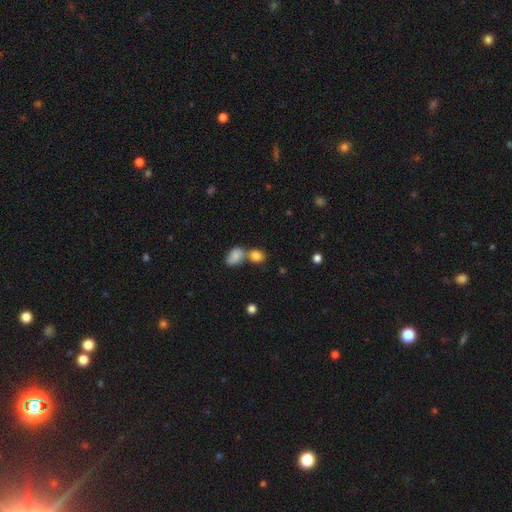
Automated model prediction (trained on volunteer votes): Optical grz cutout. It shows a smooth galaxy with no disk features (83%) that is round (56%). Merging: merger (48%).